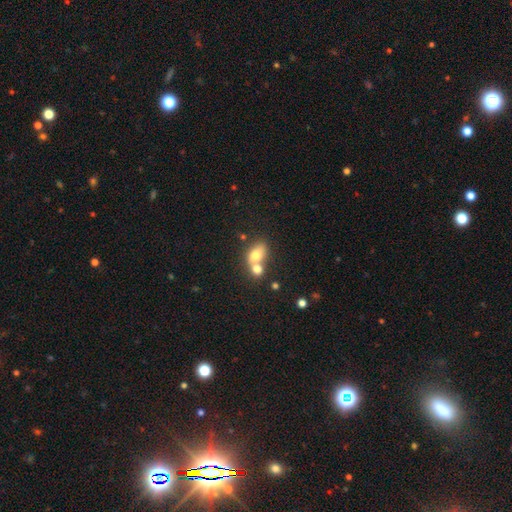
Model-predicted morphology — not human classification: Smooth or featured? Predicted: smooth (p=0.71). How rounded? Predicted: in between (p=0.63). Merging? Predicted: merger (p=0.64).